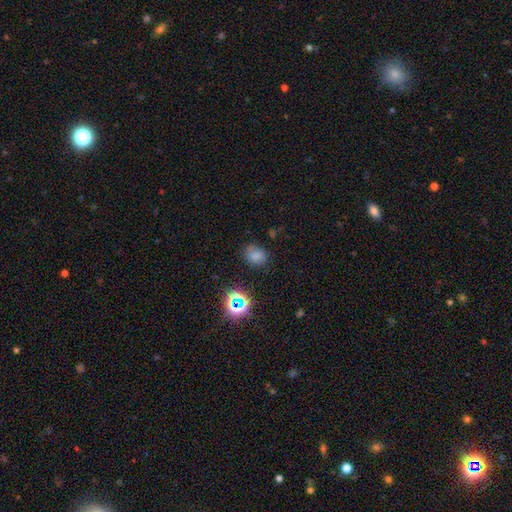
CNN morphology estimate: The model was most divided on "how rounded": in between: 52%, round: 47%, cigar-shaped: 1%. More confident: merging — none (72%); smooth or featured — smooth (69%).